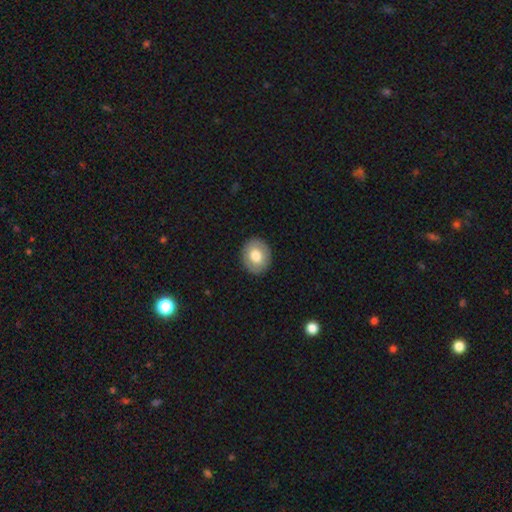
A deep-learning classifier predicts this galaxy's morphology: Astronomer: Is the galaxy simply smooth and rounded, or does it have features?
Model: smooth — 72%.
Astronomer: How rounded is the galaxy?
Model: round — 62%.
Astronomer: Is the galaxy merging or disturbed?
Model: none — 89%.